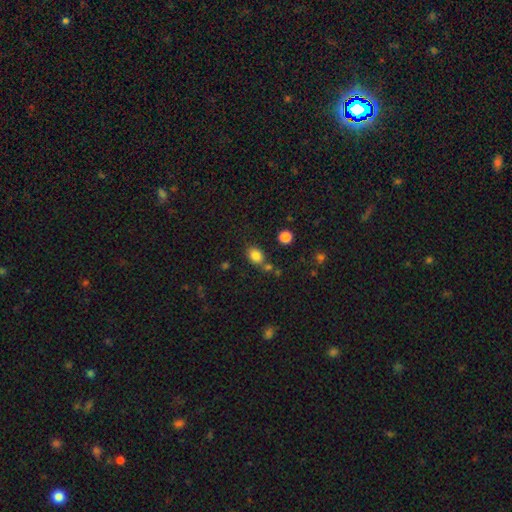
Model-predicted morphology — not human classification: Overall: smooth (83%). How rounded: in between (59%; round 40%). Merging: none (69%).